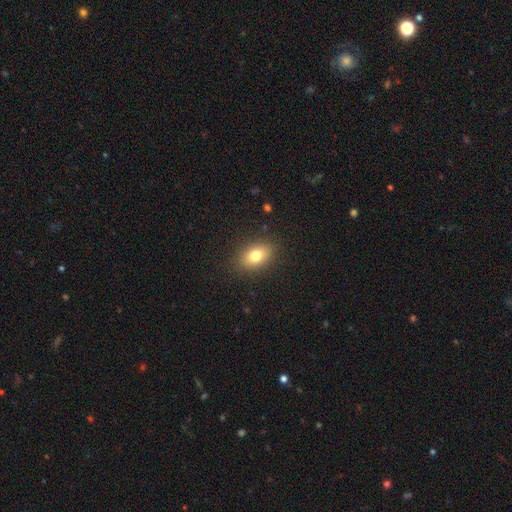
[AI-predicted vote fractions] A smooth galaxy with no disk features (78%) that is in between round and cigar-shaped (81%).

Vote fractions:
- Smooth or featured? smooth: 78% / featured or disk: 12% / star or artifact: 10%
- How rounded? in between: 81% / round: 17% / cigar-shaped: 2%
- Merging? none: 87% / minor disturbance: 9% / major disturbance: 3% / merger: 1%